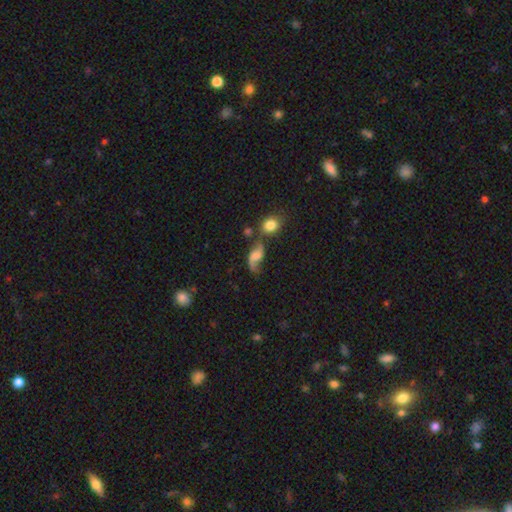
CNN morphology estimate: Smooth or featured? featured or disk (73%)
Edge-on disk? no (96%)
Bar? no (51%)
Spiral arms? yes (93%)
Spiral winding? loose (81%)
Spiral arm count? 2 (87%)
Bulge size? moderate (29%, tied with none)
Merging? none (48%)